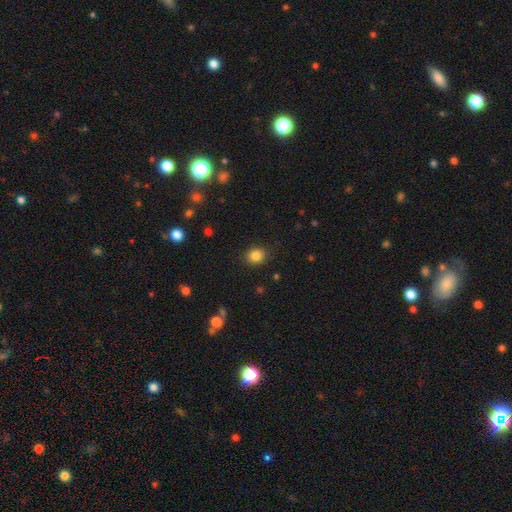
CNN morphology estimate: smooth-or-featured: smooth: 84% | star or artifact: 11% | featured or disk: 5%
  how-rounded: round: 60% | in between: 39% | cigar-shaped: 1%
  merging: none: 87% | minor disturbance: 9% | major disturbance: 3% | merger: 1%